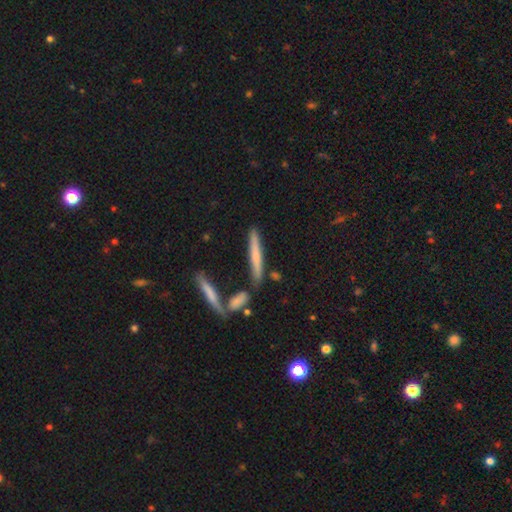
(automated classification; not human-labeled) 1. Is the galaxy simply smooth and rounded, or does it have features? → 62% smooth, 31% featured or disk, 7% star or artifact.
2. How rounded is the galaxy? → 92% cigar-shaped, 6% in between, 2% round.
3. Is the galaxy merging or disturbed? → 75% none, 11% minor disturbance, 11% merger, 3% major disturbance.